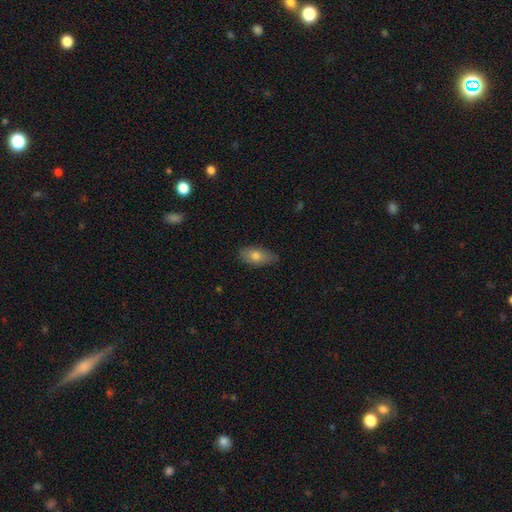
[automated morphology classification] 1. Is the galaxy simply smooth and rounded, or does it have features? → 75% smooth, 18% featured or disk, 8% star or artifact.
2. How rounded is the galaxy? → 88% in between, 6% cigar-shaped, 6% round.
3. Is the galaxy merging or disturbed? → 71% none, 24% minor disturbance, 4% major disturbance, 1% merger.